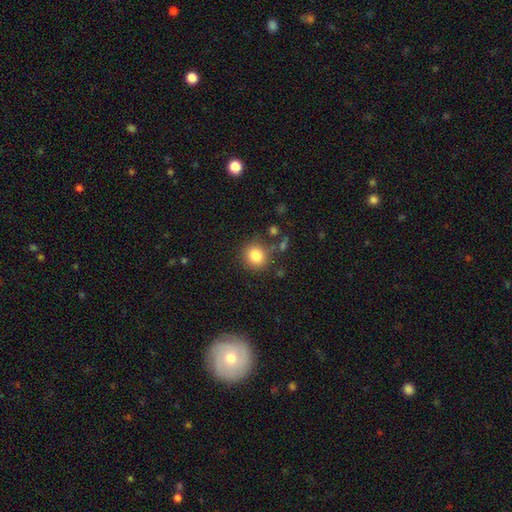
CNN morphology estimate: A smooth galaxy with no disk features (83%) that is round (87%).

Vote fractions:
- Smooth or featured? smooth: 83% / star or artifact: 11% / featured or disk: 7%
- How rounded? round: 87% / in between: 12% / cigar-shaped: 1%
- Merging? none: 81% / minor disturbance: 10% / merger: 5% / major disturbance: 4%